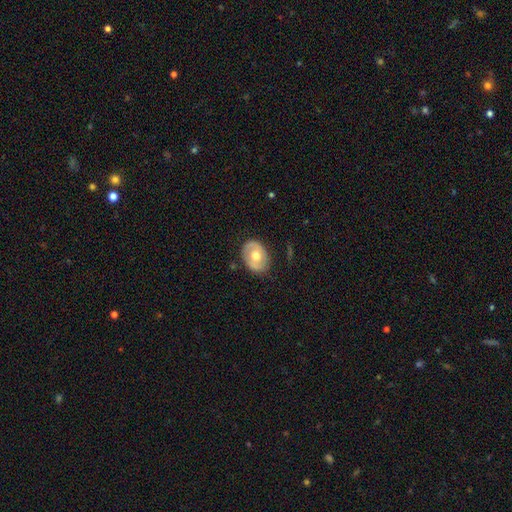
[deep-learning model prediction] smooth-or-featured: featured or disk: 50% | smooth: 45% | star or artifact: 6%
  merging: none: 80% | minor disturbance: 15% | major disturbance: 4% | merger: 1%